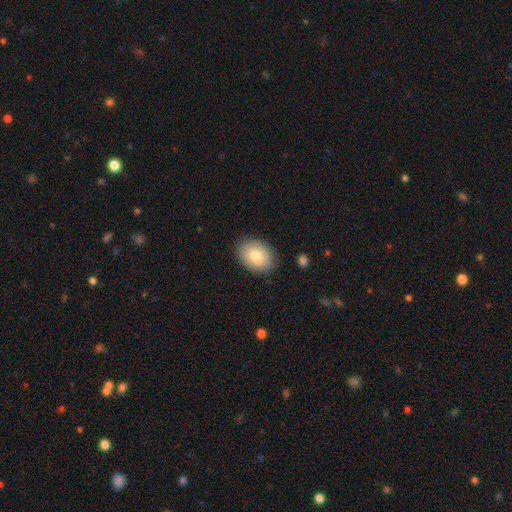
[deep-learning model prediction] smooth_or_featured: smooth (p=0.74) [alt: featured or disk p=0.19]
how_rounded: in between (p=0.80) [alt: round p=0.19]
merging: none (p=0.81) [alt: minor disturbance p=0.13]